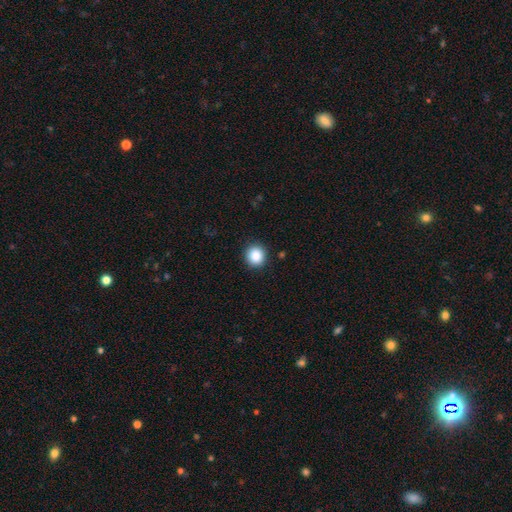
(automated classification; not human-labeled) smooth 88%, star or artifact 9%, featured or disk 3%. Down the decision tree: how rounded — round (91%); merging — none (90%).